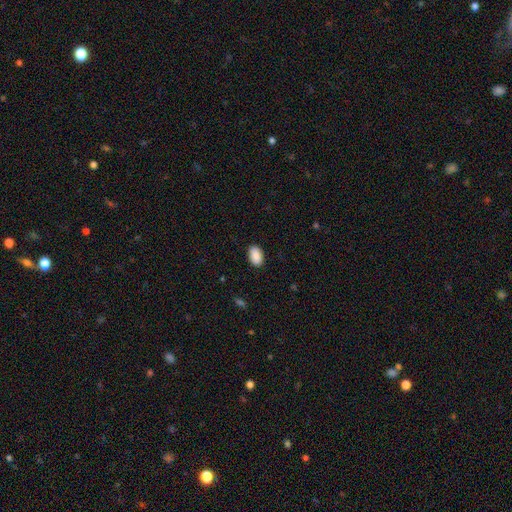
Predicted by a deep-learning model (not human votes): Smooth or featured? smooth (89%)
How rounded? in between (90%)
Merging? none (88%)